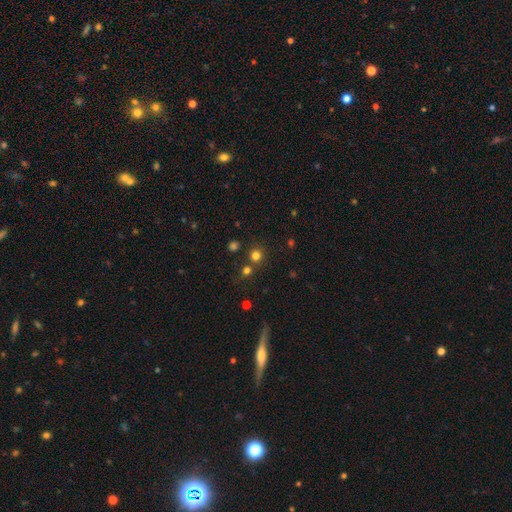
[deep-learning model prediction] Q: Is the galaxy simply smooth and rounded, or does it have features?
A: smooth — 74%.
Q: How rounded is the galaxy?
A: round — 92%.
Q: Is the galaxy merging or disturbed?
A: none — 75%.